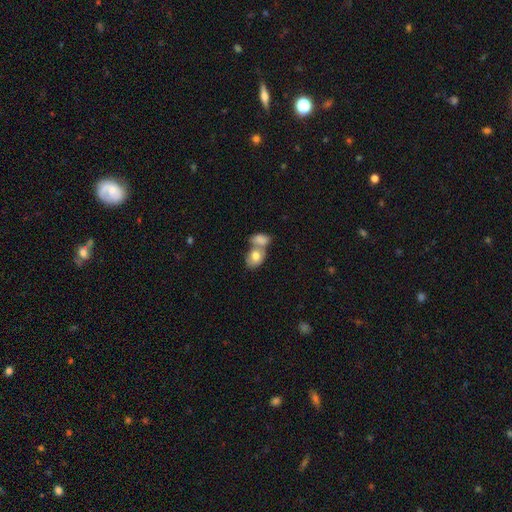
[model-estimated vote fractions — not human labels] A smooth galaxy with no disk features (77%) that is in between round and cigar-shaped (78%). Merging: merger (61%).